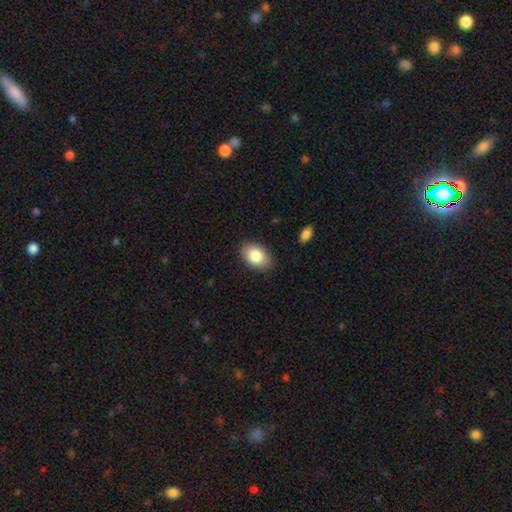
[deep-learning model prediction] Smooth or featured: smooth — 84% (featured or disk — 9%)
How rounded: in between — 88% (round — 11%)
Merging: none — 86% (minor disturbance — 10%)